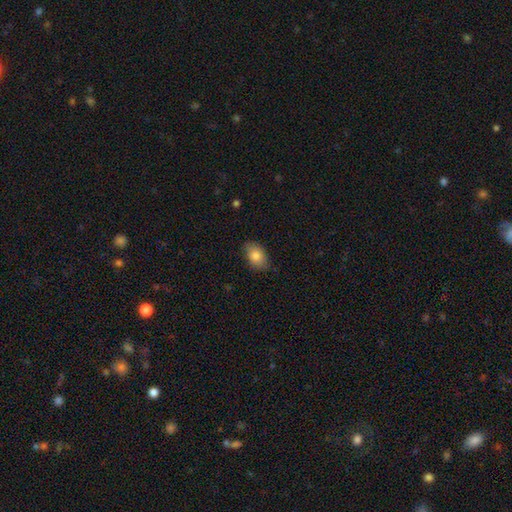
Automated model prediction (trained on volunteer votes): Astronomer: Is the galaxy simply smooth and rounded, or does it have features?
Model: smooth — 83%.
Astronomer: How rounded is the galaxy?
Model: in between — 89%.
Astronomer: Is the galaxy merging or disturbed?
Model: none — 81%.